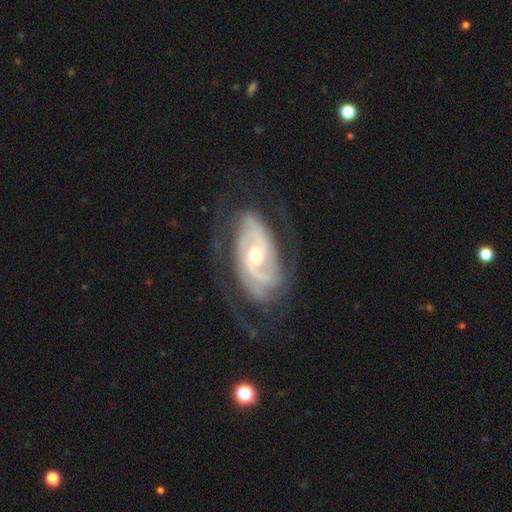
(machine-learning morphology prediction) smooth_or_featured: featured or disk (p=0.87) [alt: smooth p=0.07]
disk_edge_on: no (p=0.95) [alt: yes p=0.05]
bar: no (p=0.57) [alt: weak p=0.29]
has_spiral_arms: yes (p=0.94) [alt: no p=0.06]
spiral_winding: tight (p=0.59) [alt: medium p=0.31]
spiral_arm_count: 2 (p=0.42) [alt: can't tell p=0.25]
bulge_size: moderate (p=0.59) [alt: small p=0.36]
merging: none (p=0.66) [alt: minor disturbance p=0.20]